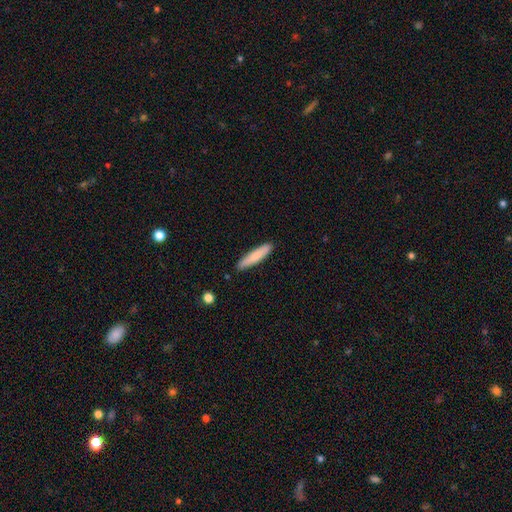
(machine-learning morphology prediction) smooth-or-featured: smooth: 78% | featured or disk: 16% | star or artifact: 5%
  how-rounded: cigar-shaped: 86% | in between: 13% | round: 1%
  merging: none: 87% | minor disturbance: 10% | major disturbance: 2% | merger: 2%